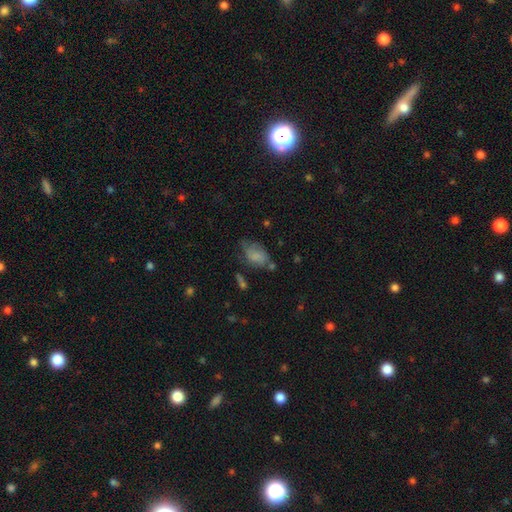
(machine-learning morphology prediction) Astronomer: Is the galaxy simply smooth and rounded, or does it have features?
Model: smooth — 71%.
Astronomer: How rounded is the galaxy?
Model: in between — 84%.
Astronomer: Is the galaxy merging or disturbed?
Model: none — 39% (runner-up: minor disturbance, 33%).